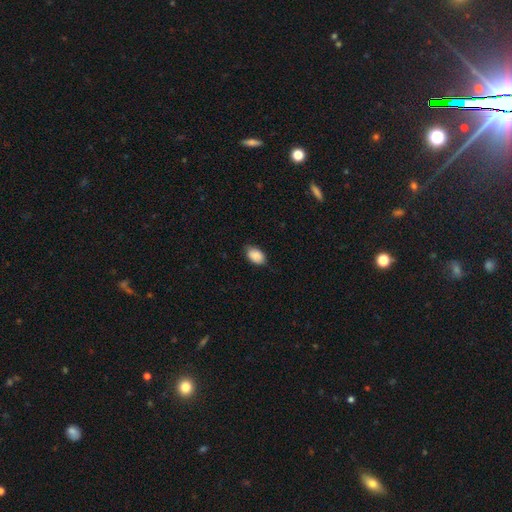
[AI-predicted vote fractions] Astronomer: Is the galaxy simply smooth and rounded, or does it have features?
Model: smooth — 88%.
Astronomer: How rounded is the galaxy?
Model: in between — 92%.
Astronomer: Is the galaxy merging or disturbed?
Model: none — 77%.